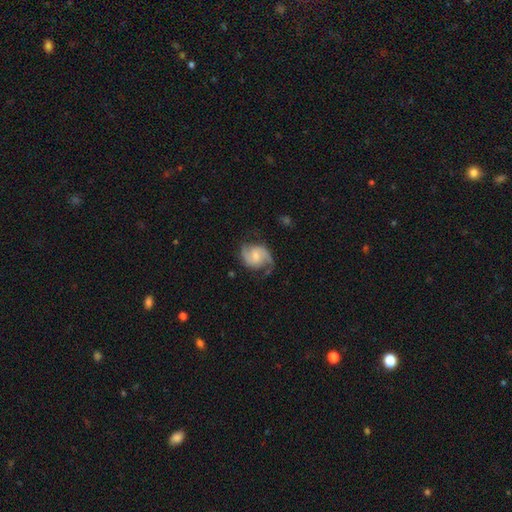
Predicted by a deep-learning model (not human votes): This appears to be a featured or disk galaxy (81%) with a weak bar (48%), 2 (89%) medium (51%) spiral arms (96%) and a small central bulge (46%). Merging: none (68%).